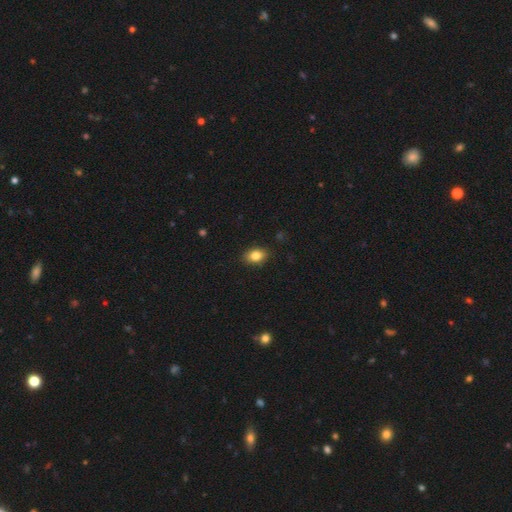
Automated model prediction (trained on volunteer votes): A smooth galaxy with no disk features (83%) that is in between round and cigar-shaped (74%).

Vote fractions:
- Smooth or featured? smooth: 83% / star or artifact: 9% / featured or disk: 8%
- How rounded? in between: 74% / round: 25% / cigar-shaped: 2%
- Merging? none: 87% / minor disturbance: 10% / major disturbance: 2% / merger: 1%